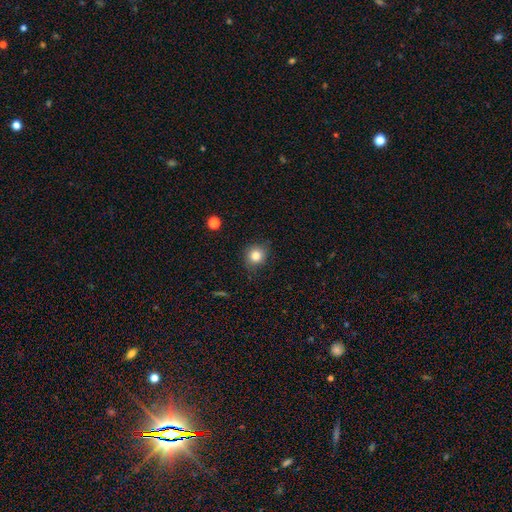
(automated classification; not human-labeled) Smooth or featured? Predicted: smooth (p=0.82). How rounded? Predicted: round (p=0.84). Merging? Predicted: none (p=0.79).